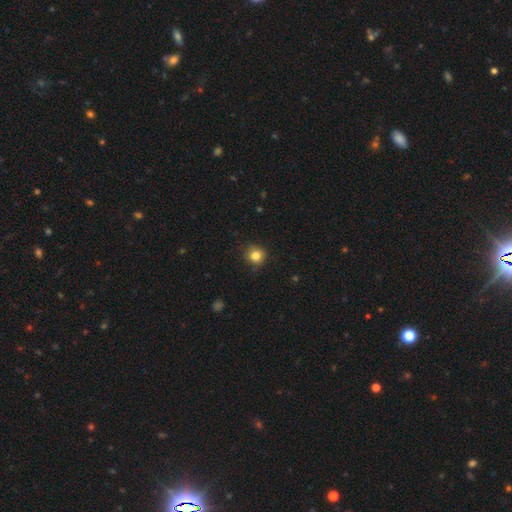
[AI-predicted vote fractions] Smooth or featured? smooth (82%)
How rounded? round (88%)
Merging? none (84%)